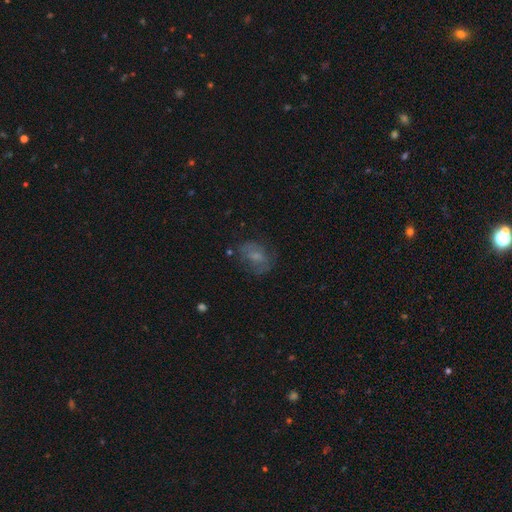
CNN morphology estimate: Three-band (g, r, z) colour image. It shows a smooth galaxy with no disk features (53%) that is in between round and cigar-shaped (69%). Merging: none (60%).